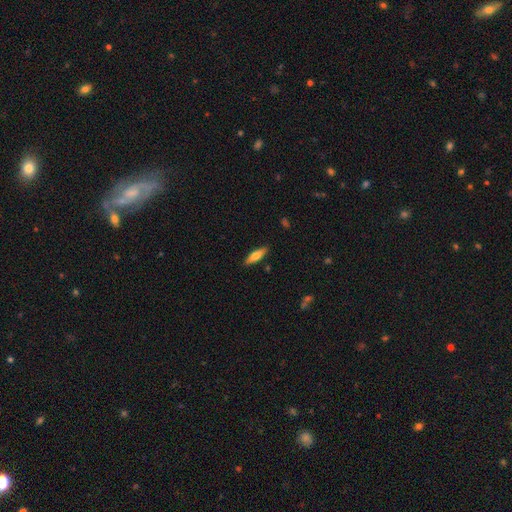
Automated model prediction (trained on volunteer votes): smooth 66%, featured or disk 28%, star or artifact 6%. Down the decision tree: how rounded — cigar-shaped (57%); merging — none (87%).